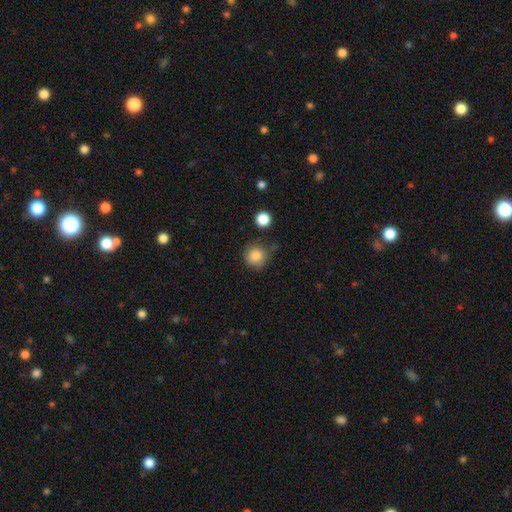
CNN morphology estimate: smooth 85%, star or artifact 10%, featured or disk 5%. Down the decision tree: how rounded — round (91%); merging — none (70%).